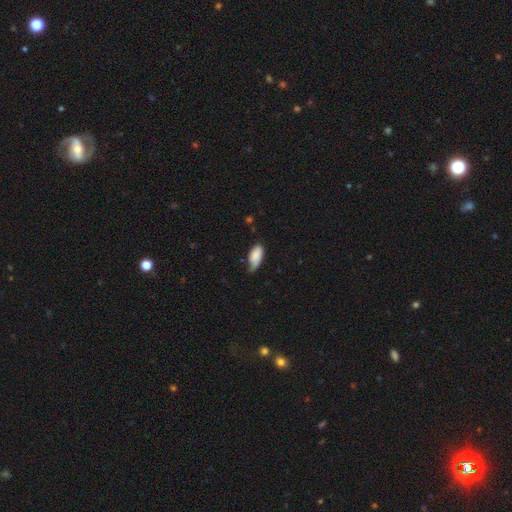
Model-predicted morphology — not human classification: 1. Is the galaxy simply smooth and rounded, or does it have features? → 81% smooth, 13% featured or disk, 7% star or artifact.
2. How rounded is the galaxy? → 91% in between, 6% cigar-shaped, 3% round.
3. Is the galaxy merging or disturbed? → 44% minor disturbance, 40% none, 13% major disturbance, 3% merger.